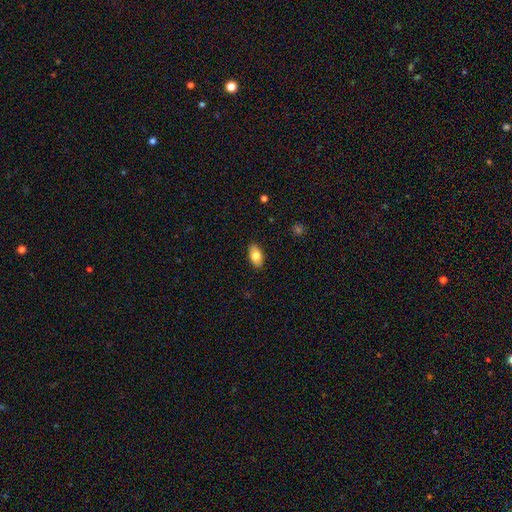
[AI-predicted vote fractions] Smooth or featured?
  - smooth: 81% *
  - featured or disk: 12%
  - star or artifact: 7%
How rounded?
  - in between: 93% *
  - cigar-shaped: 4%
  - round: 4%
Merging?
  - none: 88% *
  - minor disturbance: 9%
  - major disturbance: 2%
  - merger: 1%